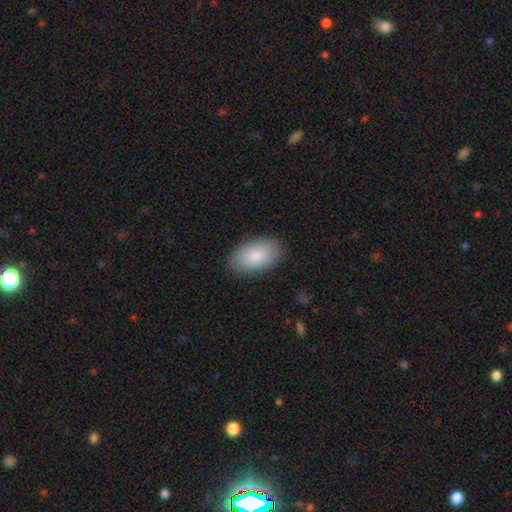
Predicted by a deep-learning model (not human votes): Smooth or featured: smooth — 84% (featured or disk — 10%)
How rounded: in between — 95% (round — 4%)
Merging: none — 85% (minor disturbance — 11%)